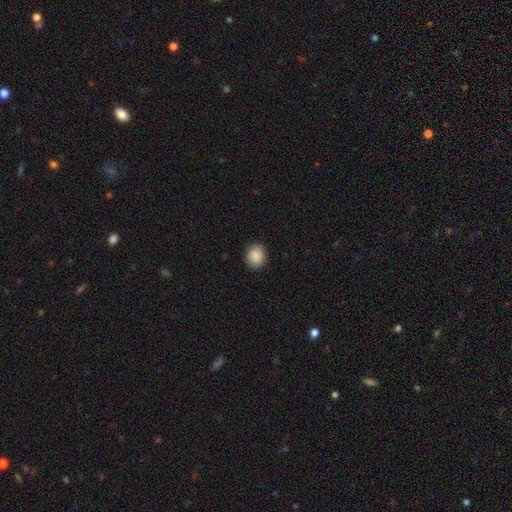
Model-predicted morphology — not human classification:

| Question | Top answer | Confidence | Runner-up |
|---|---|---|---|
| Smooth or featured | smooth | 88% | star or artifact (7%) |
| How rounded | round | 58% | in between (41%) |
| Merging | none | 88% | minor disturbance (9%) |